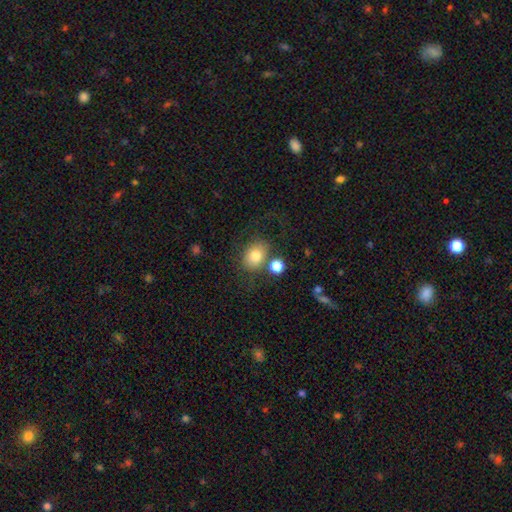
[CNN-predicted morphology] Overall: smooth (78%). How rounded: in between (54%; round 45%). Merging: none (65%).